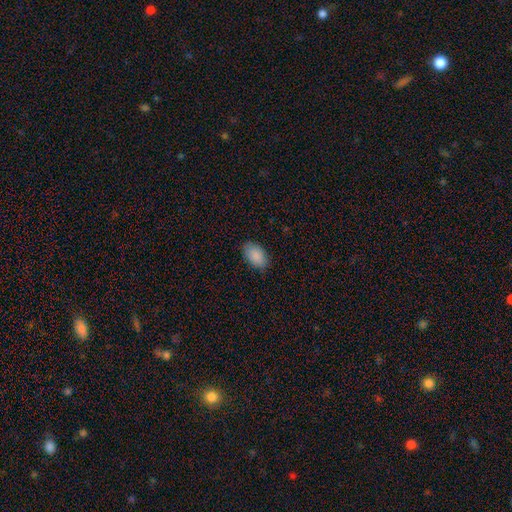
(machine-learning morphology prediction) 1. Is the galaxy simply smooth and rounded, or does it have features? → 89% smooth, 6% star or artifact, 4% featured or disk.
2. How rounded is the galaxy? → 93% in between, 5% round, 1% cigar-shaped.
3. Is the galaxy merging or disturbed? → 84% none, 13% minor disturbance, 3% major disturbance, 1% merger.